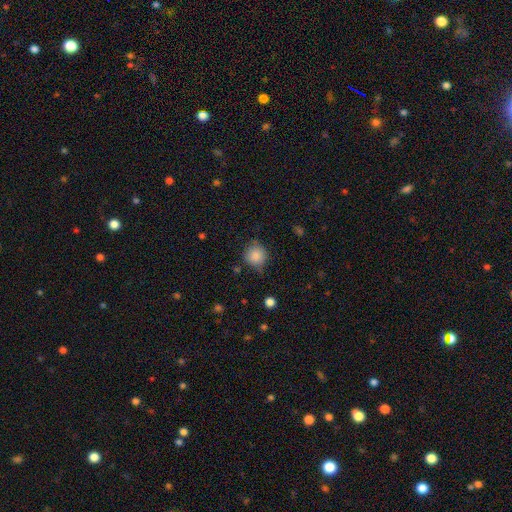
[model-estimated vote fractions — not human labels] smooth 85%, star or artifact 9%, featured or disk 6%. Down the decision tree: how rounded — round (89%); merging — none (72%).